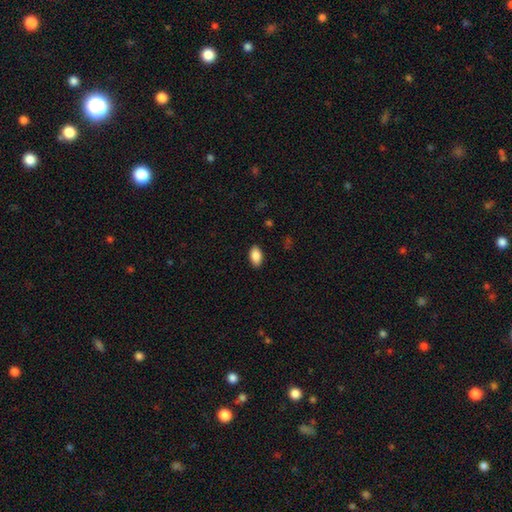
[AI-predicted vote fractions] Q: Smooth or featured?
A: smooth (88%); runner-up: star or artifact (7%)
Q: How rounded?
A: in between (93%); runner-up: round (4%)
Q: Merging?
A: none (89%); runner-up: minor disturbance (8%)